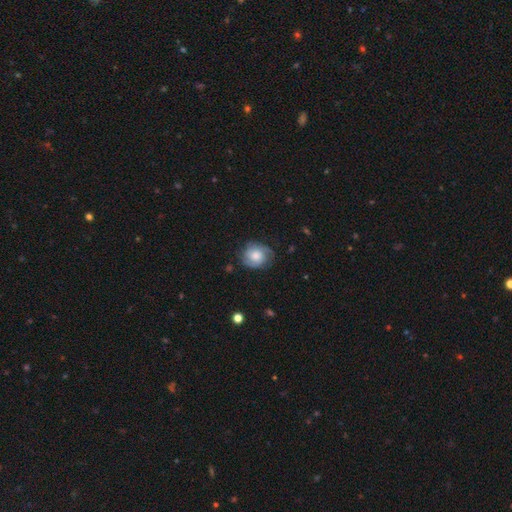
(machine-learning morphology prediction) This is possibly a featured or disk galaxy (56%). It is clearly not viewed edge-on (97%). Bar: likely no (77%). Spiral arm pattern: clearly yes (88%). Central bulge: possibly moderate (49%). Merging: likely none (71%).